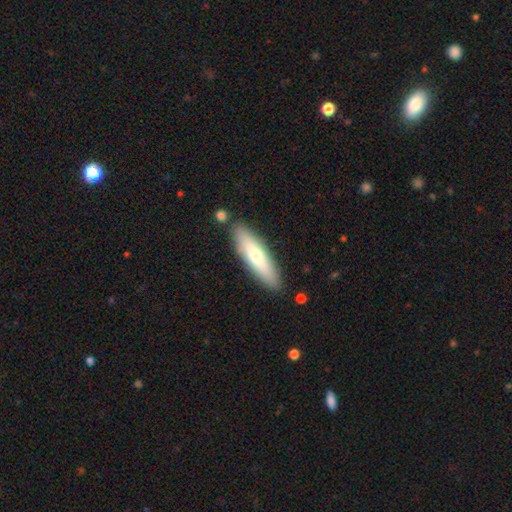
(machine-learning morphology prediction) This is likely a smooth galaxy (64%). How rounded: likely cigar-shaped (71%). Merging: clearly none (86%).